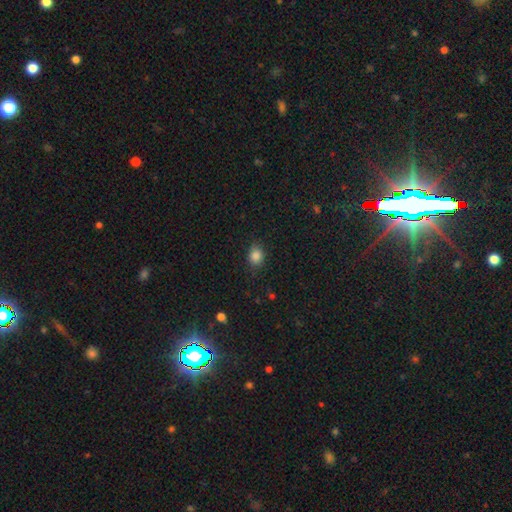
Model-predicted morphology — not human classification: A smooth galaxy with no disk features (86%) that is round (55%). Merging: none (82%).